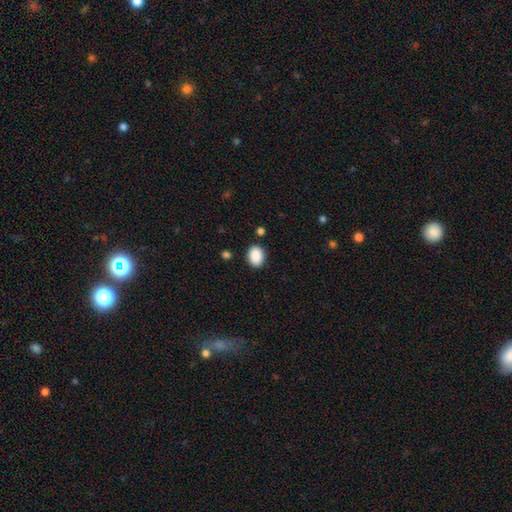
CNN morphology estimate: Q: Smooth or featured?
A: smooth (90%); runner-up: star or artifact (8%)
Q: How rounded?
A: in between (71%); runner-up: round (28%)
Q: Merging?
A: none (86%); runner-up: minor disturbance (9%)